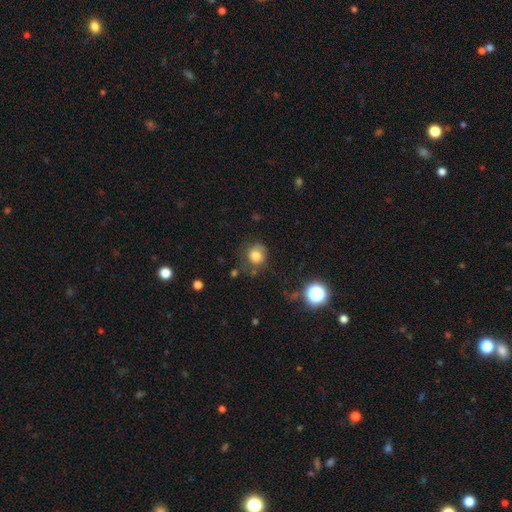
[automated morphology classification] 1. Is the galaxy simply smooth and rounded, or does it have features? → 77% smooth, 12% star or artifact, 11% featured or disk.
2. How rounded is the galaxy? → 81% round, 18% in between, 1% cigar-shaped.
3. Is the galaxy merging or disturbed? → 67% none, 21% minor disturbance, 9% major disturbance, 3% merger.